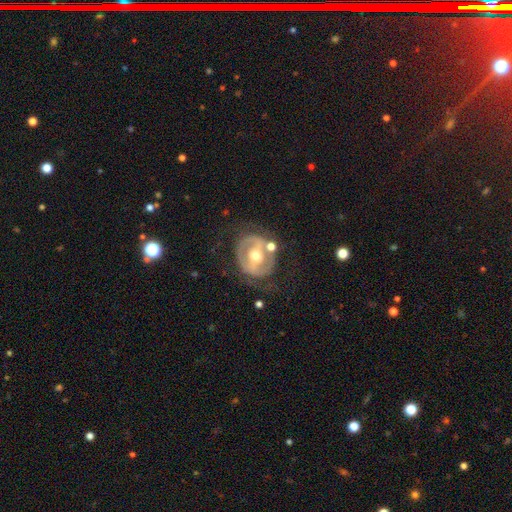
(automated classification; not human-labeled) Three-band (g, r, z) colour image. It shows a featured or disk galaxy (76%) with a strong bar (43%), spiral arms (58%) and a moderate central bulge (75%). Merging: none (65%).